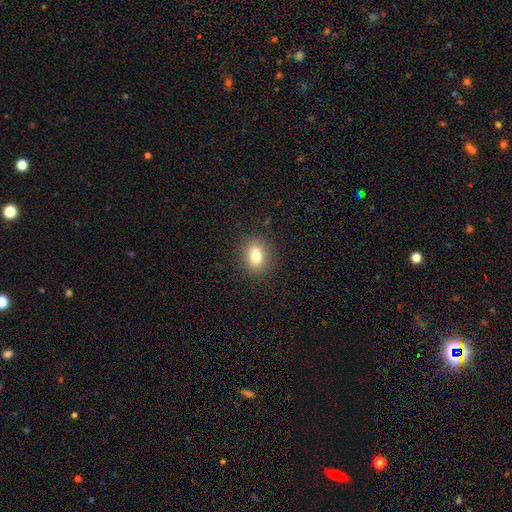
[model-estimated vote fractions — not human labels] Smooth or featured? smooth (80%)
How rounded? in between (62%)
Merging? none (88%)